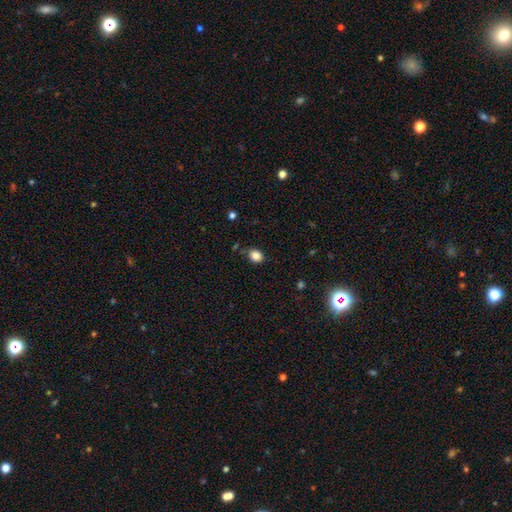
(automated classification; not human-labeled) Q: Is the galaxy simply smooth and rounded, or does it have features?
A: smooth — 85%.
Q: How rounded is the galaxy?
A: round — 54%.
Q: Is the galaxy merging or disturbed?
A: none — 79%.